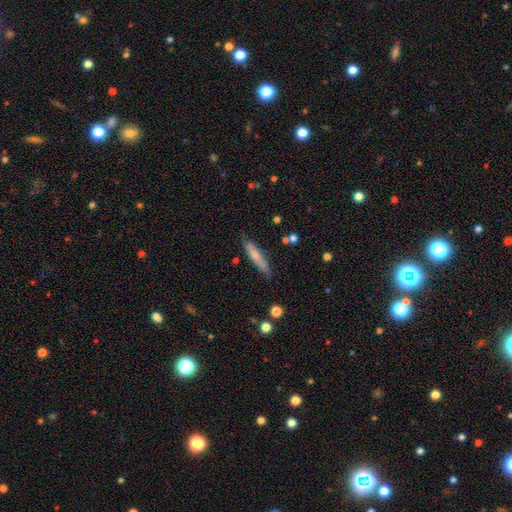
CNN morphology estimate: Smooth or featured?
  - smooth: 66% *
  - featured or disk: 28%
  - star or artifact: 6%
How rounded?
  - cigar-shaped: 88% *
  - in between: 10%
  - round: 2%
Merging?
  - none: 80% *
  - minor disturbance: 15%
  - major disturbance: 3%
  - merger: 2%